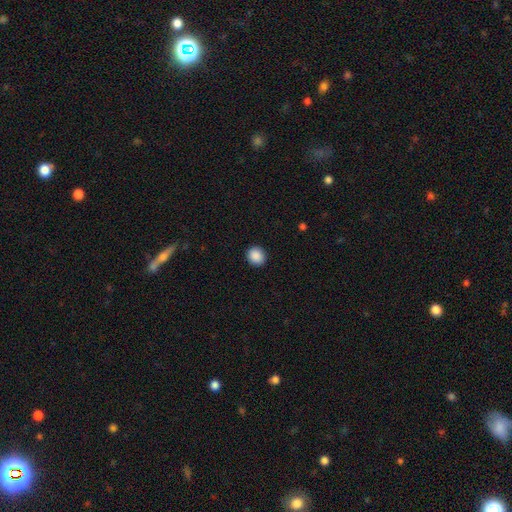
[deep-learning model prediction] Smooth or featured? smooth (89%)
How rounded? round (81%)
Merging? none (91%)